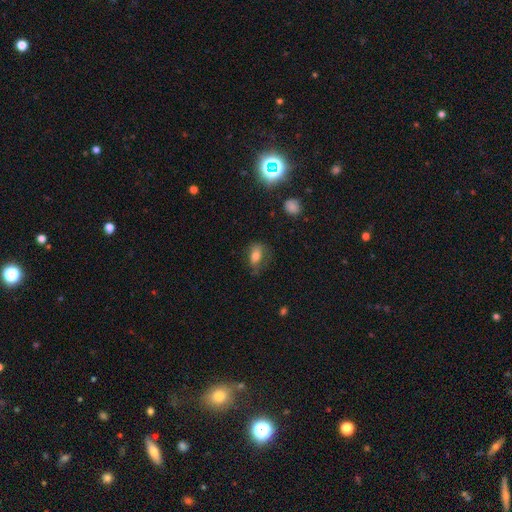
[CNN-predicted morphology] smooth 70%, featured or disk 20%, star or artifact 10%. Down the decision tree: how rounded — in between (81%); merging — none (57%).